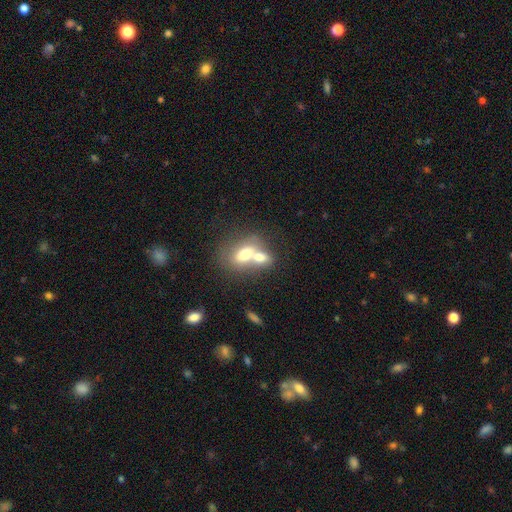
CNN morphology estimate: A smooth galaxy with no disk features (66%) that is in between round and cigar-shaped (74%).

Vote fractions:
- Smooth or featured? smooth: 66% / featured or disk: 25% / star or artifact: 9%
- How rounded? in between: 74% / round: 22% / cigar-shaped: 4%
- Merging? merger: 67% / none: 21% / minor disturbance: 7% / major disturbance: 4%